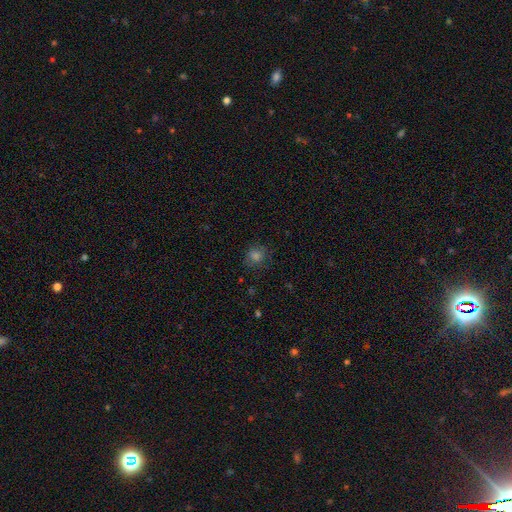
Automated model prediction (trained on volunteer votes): Morphology: type=smooth (68%); roundness=round (82%); merging=none (80%).